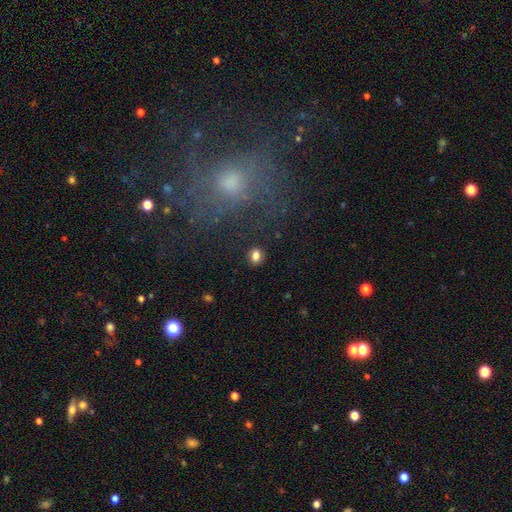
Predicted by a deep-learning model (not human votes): A smooth galaxy with no disk features (81%) that is round (53%).

Vote fractions:
- Smooth or featured? smooth: 81% / star or artifact: 12% / featured or disk: 7%
- How rounded? round: 53% / in between: 45% / cigar-shaped: 1%
- Merging? none: 87% / minor disturbance: 8% / major disturbance: 3% / merger: 2%